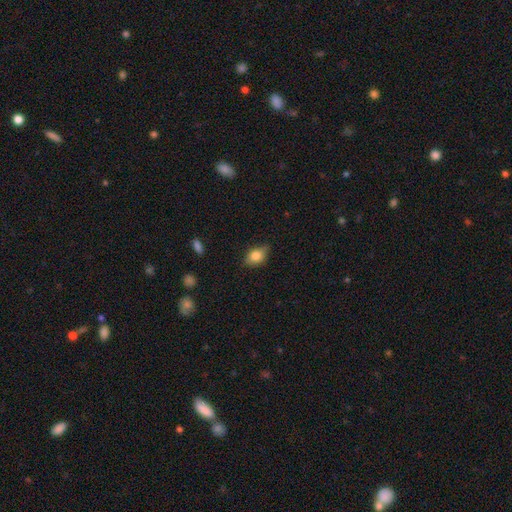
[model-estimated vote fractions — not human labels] This is clearly a smooth galaxy (81%). How rounded: likely in between (74%). Merging: likely none (73%).